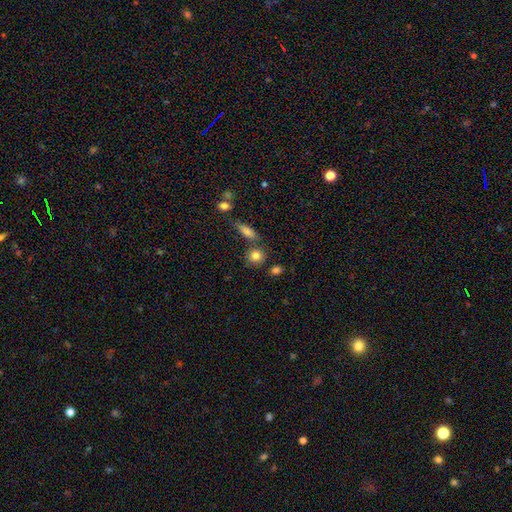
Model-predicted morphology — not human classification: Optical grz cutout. It shows a smooth galaxy with no disk features (82%) that is round (78%). Merging: none (74%).